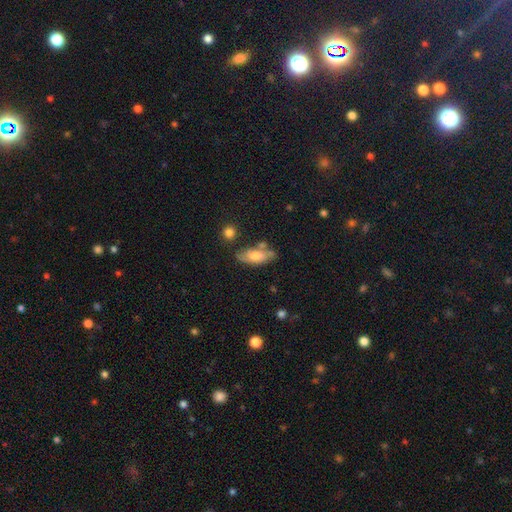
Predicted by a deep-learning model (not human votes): Morphology: type=smooth (60%); roundness=in between (82%); merging=none (61%).